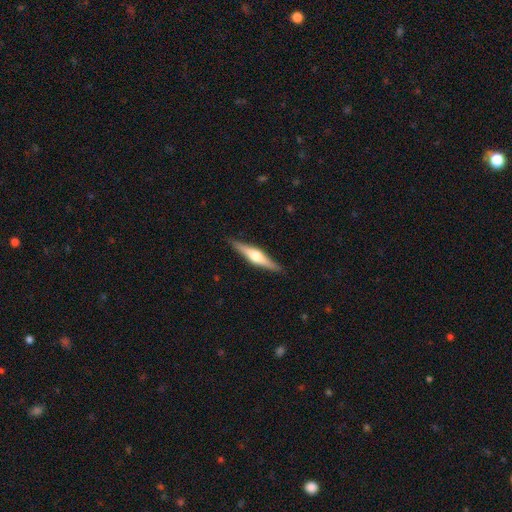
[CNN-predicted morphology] Overall: featured or disk (67%; smooth 28%). Edge-on disk: yes (97%). Edge-on bulge: rounded (92%). Merging: none (89%).